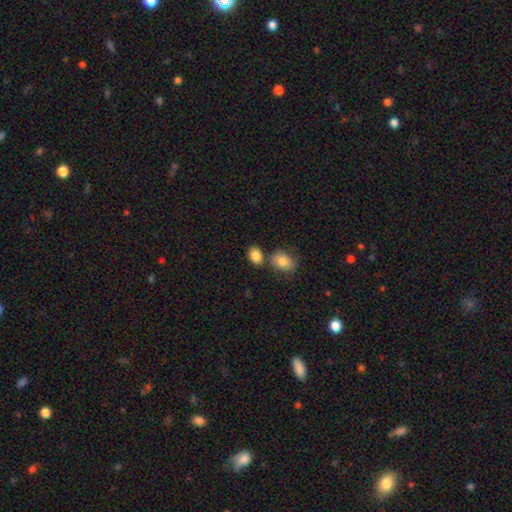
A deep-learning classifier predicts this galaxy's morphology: smooth 86%, star or artifact 9%, featured or disk 6%. Down the decision tree: how rounded — in between (69%); merging — none (61%).